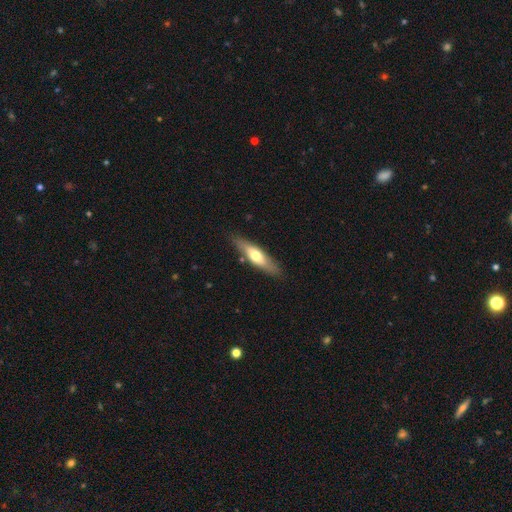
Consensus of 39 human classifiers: Smooth or featured?
  - smooth: 62% *
  - featured or disk: 38%
  - star or artifact: 0%
How rounded?
  - in between: 50% * (tied)
  - cigar-shaped: 50% * (tied)
  - round: 0%
Merging?
  - none: 90% *
  - minor disturbance: 10%
  - major disturbance: 0%
  - merger: 0%